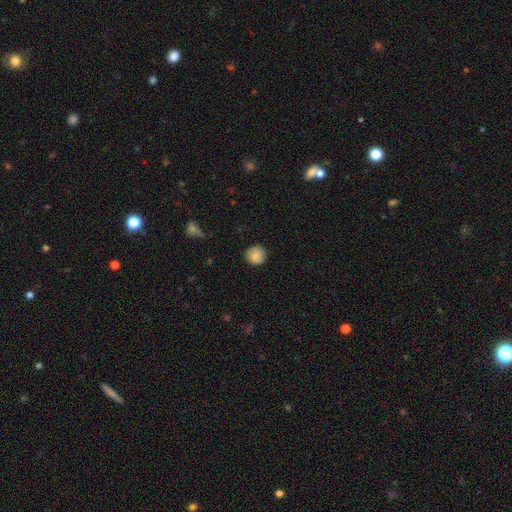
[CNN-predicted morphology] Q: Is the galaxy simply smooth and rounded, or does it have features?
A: smooth — 87%.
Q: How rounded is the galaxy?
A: round — 93%.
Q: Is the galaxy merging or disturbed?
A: none — 87%.